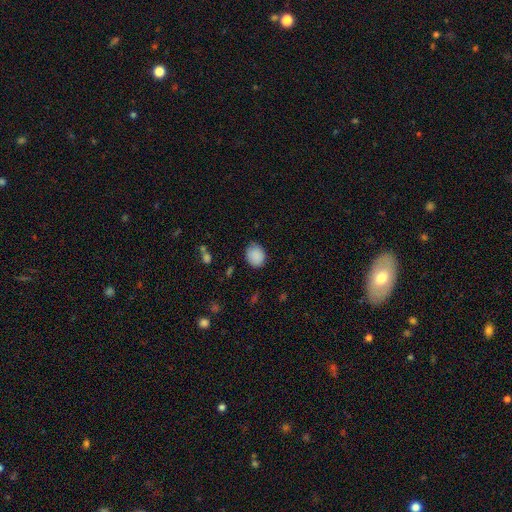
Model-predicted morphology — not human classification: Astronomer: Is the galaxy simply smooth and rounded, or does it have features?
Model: smooth — 89%.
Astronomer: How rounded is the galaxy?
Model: round — 60% (runner-up: in between, 39%).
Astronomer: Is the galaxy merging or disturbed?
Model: none — 78%.